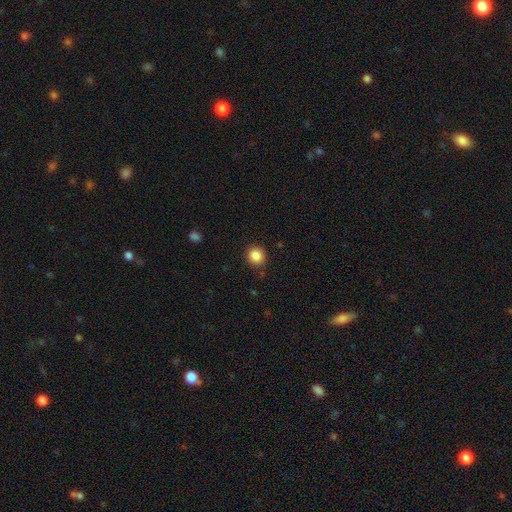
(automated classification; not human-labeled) Smooth or featured? Predicted: smooth (p=0.87). How rounded? Predicted: round (p=0.87). Merging? Predicted: none (p=0.87).